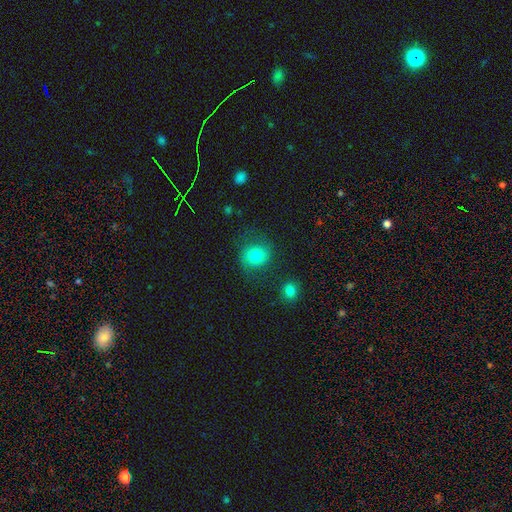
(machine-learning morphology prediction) Smooth or featured: smooth — 76% (featured or disk — 13%)
How rounded: round — 77% (in between — 22%)
Merging: none — 71% (minor disturbance — 16%)